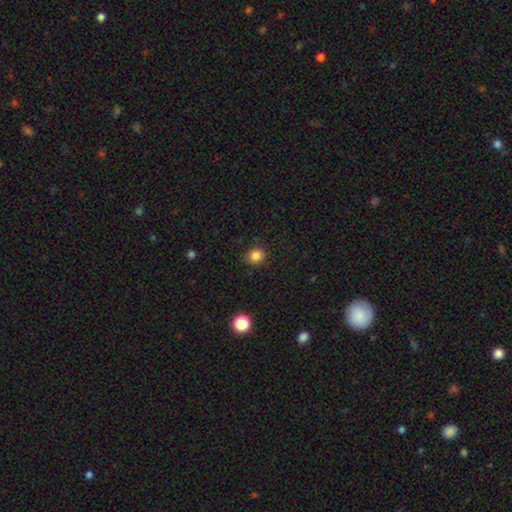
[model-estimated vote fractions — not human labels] smooth-or-featured: smooth: 84% | star or artifact: 12% | featured or disk: 4%
  how-rounded: round: 82% | in between: 17% | cigar-shaped: 1%
  merging: none: 86% | minor disturbance: 10% | major disturbance: 3% | merger: 1%